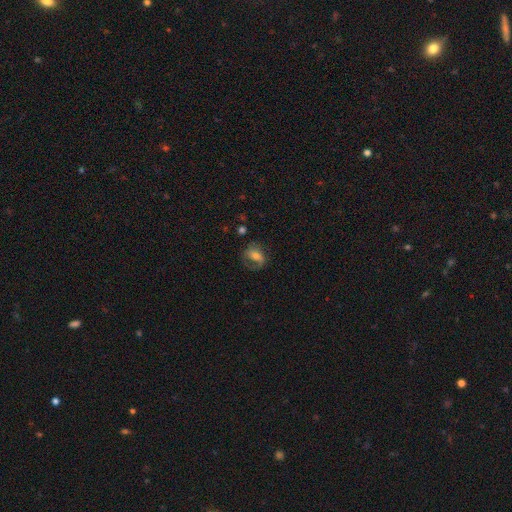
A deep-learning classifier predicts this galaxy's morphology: Q: Smooth or featured?
A: featured or disk (51%); runner-up: smooth (40%)
Q: Edge-on disk?
A: no (95%); runner-up: yes (5%)
Q: Merging?
A: none (54%); runner-up: minor disturbance (22%)